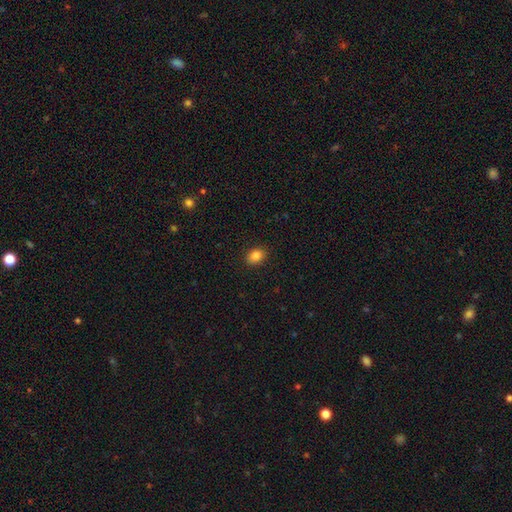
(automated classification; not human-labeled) This appears to be a smooth galaxy with no disk features (84%) that is in between round and cigar-shaped (64%). Merging: none (90%).